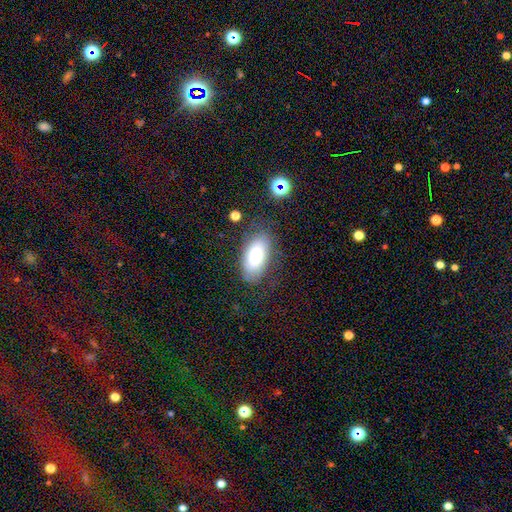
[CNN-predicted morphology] This is likely a smooth galaxy (71%). How rounded: clearly in between (92%). Merging: likely none (74%).